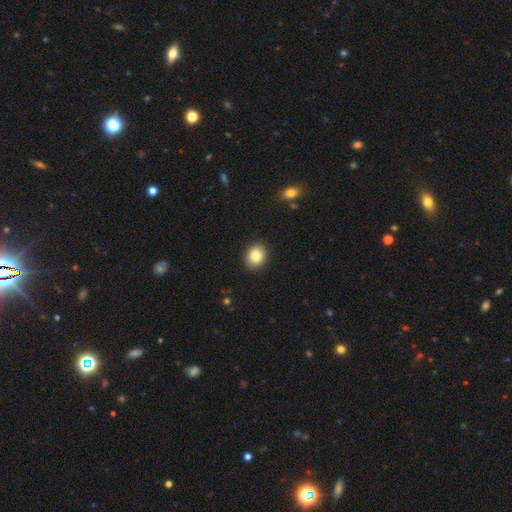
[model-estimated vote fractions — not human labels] A smooth galaxy with no disk features (85%) that is round (59%).

Vote fractions:
- Smooth or featured? smooth: 85% / star or artifact: 9% / featured or disk: 7%
- How rounded? round: 59% / in between: 40% / cigar-shaped: 1%
- Merging? none: 90% / minor disturbance: 7% / major disturbance: 2% / merger: 1%